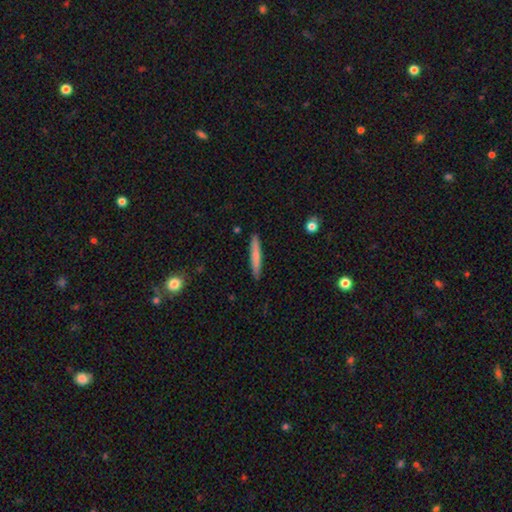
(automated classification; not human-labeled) This appears to be a smooth galaxy with no disk features (72%) that is cigar-shaped (95%). Merging: none (91%).